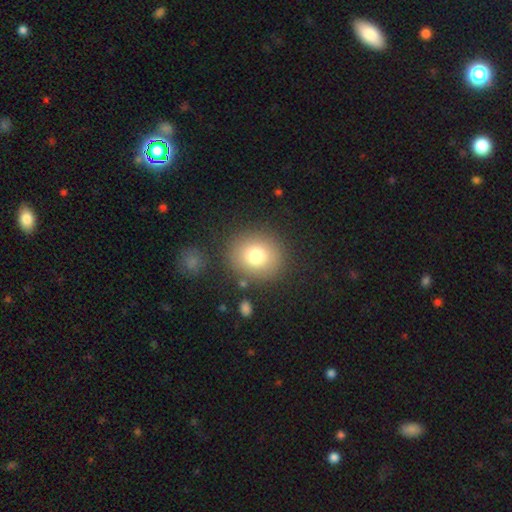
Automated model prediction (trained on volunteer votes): Smooth or featured: smooth — 77% (star or artifact — 12%)
How rounded: round — 83% (in between — 16%)
Merging: none — 84% (minor disturbance — 9%)